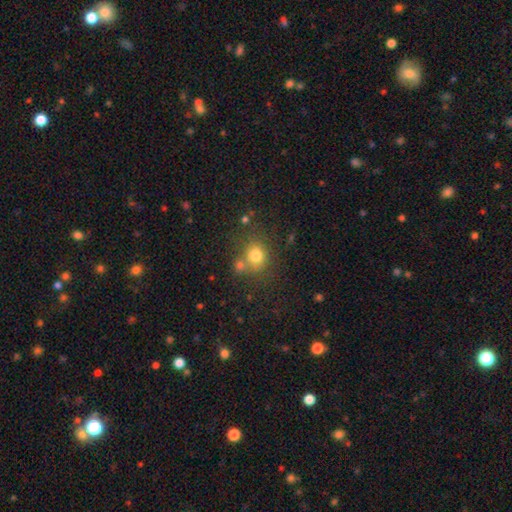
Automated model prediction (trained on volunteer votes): A smooth galaxy with no disk features (77%) that is round (80%).

Vote fractions:
- Smooth or featured? smooth: 77% / star or artifact: 14% / featured or disk: 9%
- How rounded? round: 80% / in between: 19% / cigar-shaped: 1%
- Merging? none: 64% / merger: 19% / minor disturbance: 12% / major disturbance: 5%